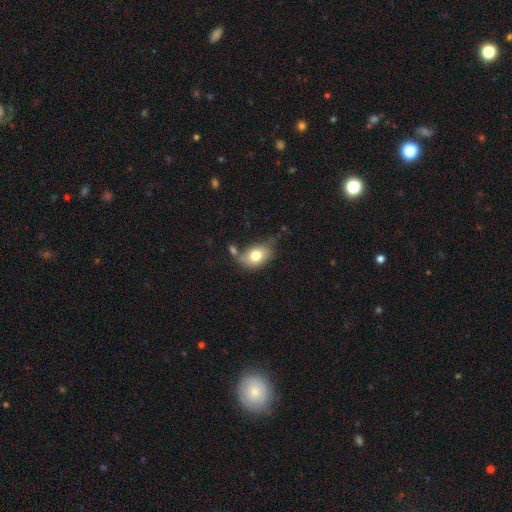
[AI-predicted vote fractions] Smooth or featured? Predicted: smooth (p=0.75). How rounded? Predicted: in between (p=0.77). Merging? Predicted: none (p=0.45).